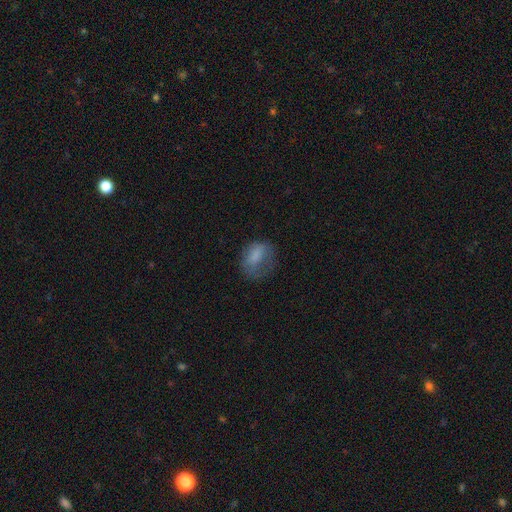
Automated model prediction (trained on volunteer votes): smooth_or_featured: smooth (p=0.71) [alt: featured or disk p=0.19]
how_rounded: in between (p=0.67) [alt: round p=0.31]
merging: none (p=0.42) [alt: major disturbance p=0.30]